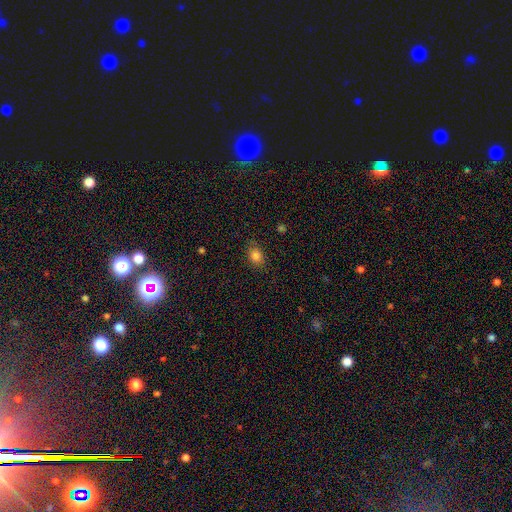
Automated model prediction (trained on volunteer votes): This is clearly a smooth galaxy (82%). How rounded: likely in between (60%). Merging: clearly none (82%).